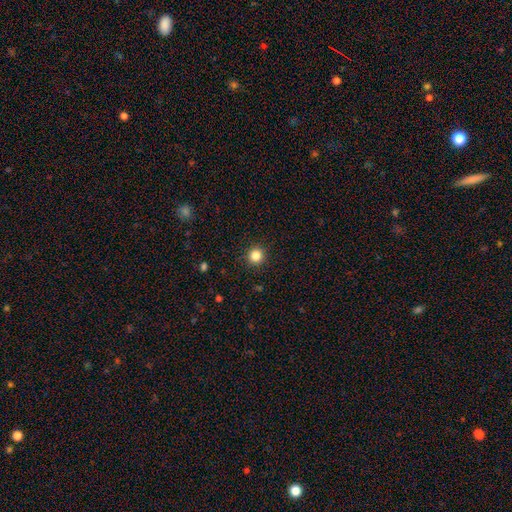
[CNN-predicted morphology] smooth 84%, star or artifact 12%, featured or disk 4%. Down the decision tree: how rounded — round (94%); merging — none (92%).